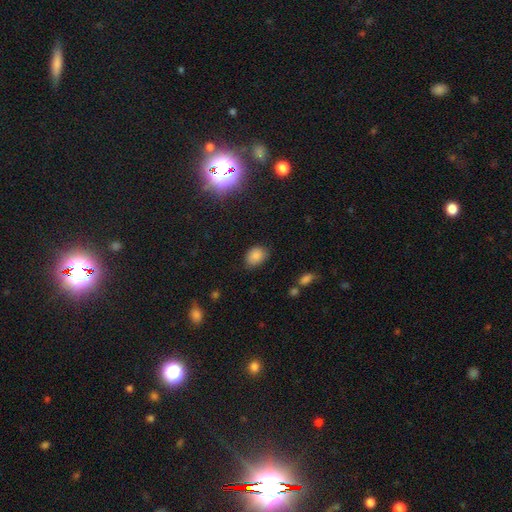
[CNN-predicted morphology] Q: Smooth or featured?
A: smooth (84%); runner-up: star or artifact (11%)
Q: How rounded?
A: in between (71%); runner-up: round (28%)
Q: Merging?
A: none (76%); runner-up: minor disturbance (19%)